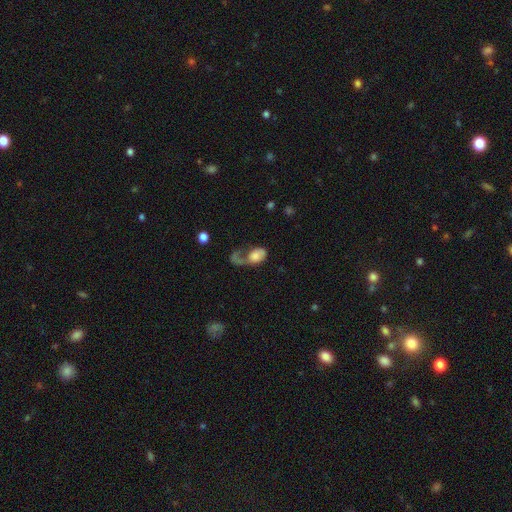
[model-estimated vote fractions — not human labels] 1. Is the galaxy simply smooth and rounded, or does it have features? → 53% smooth, 38% featured or disk, 8% star or artifact.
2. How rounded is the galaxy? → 80% in between, 18% round, 2% cigar-shaped.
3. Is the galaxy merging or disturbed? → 53% major disturbance, 19% none, 15% merger, 12% minor disturbance.